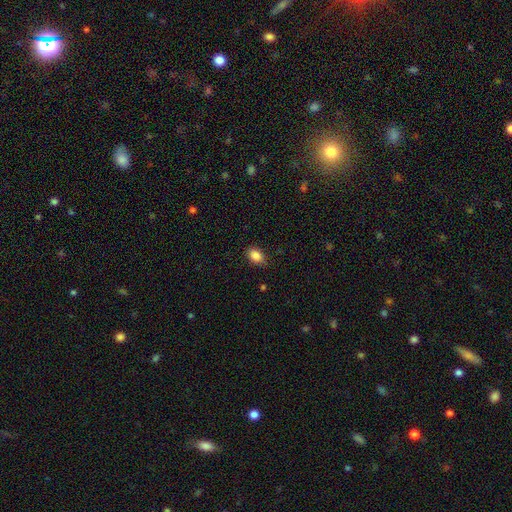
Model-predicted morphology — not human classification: smooth_or_featured: smooth (p=0.87) [alt: star or artifact p=0.08]
how_rounded: in between (p=0.81) [alt: round p=0.18]
merging: none (p=0.83) [alt: minor disturbance p=0.13]